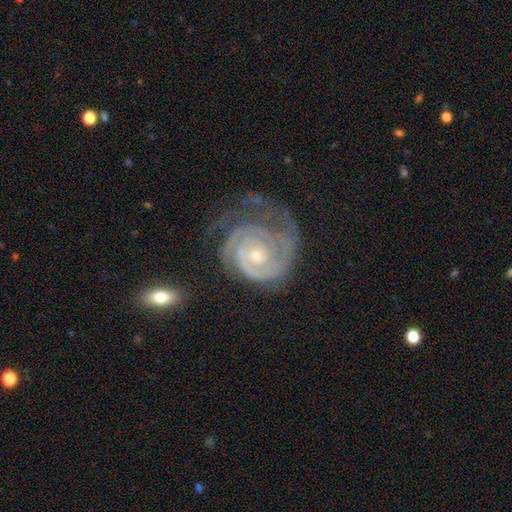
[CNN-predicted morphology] featured or disk 91%, smooth 5%, star or artifact 4%. Down the decision tree: edge-on disk — no (98%); bar — no (73%); spiral arms — yes (98%); spiral arm count — 2 (38%); spiral winding — tight (78%); bulge size — small (62%); merging — none (52%).